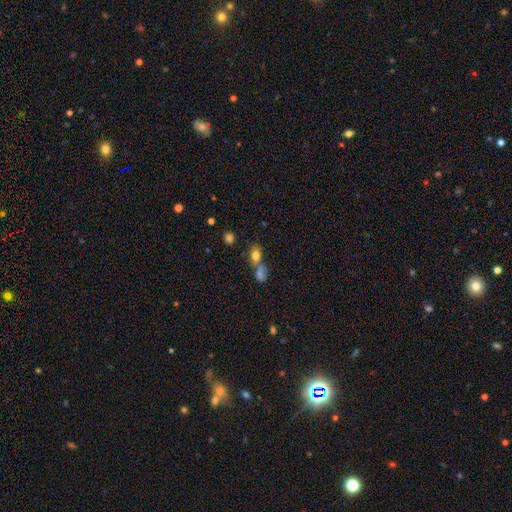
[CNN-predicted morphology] Smooth or featured? smooth (75%)
How rounded? in between (62%)
Merging? merger (46%)